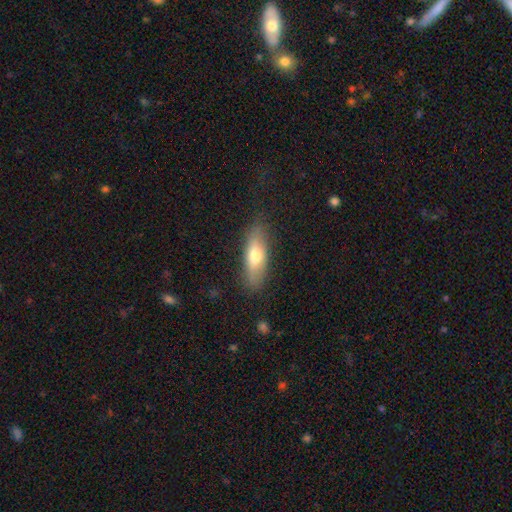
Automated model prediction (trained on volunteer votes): Smooth or featured: smooth — 66% (featured or disk — 27%)
How rounded: in between — 57% (cigar-shaped — 40%)
Merging: none — 81% (minor disturbance — 14%)